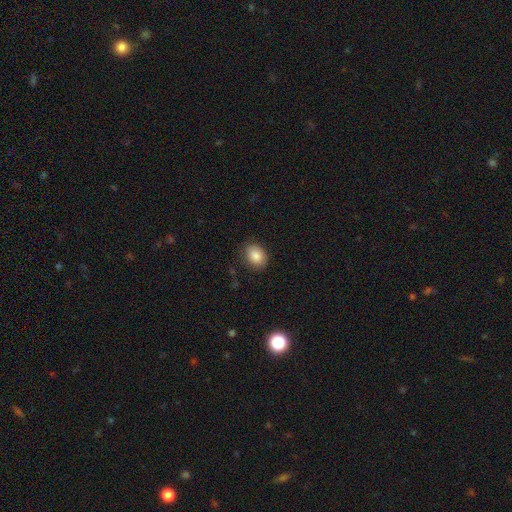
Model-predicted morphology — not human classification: smooth-or-featured: smooth: 86% | star or artifact: 8% | featured or disk: 6%
  how-rounded: in between: 63% | round: 36% | cigar-shaped: 1%
  merging: none: 83% | minor disturbance: 13% | major disturbance: 3% | merger: 1%